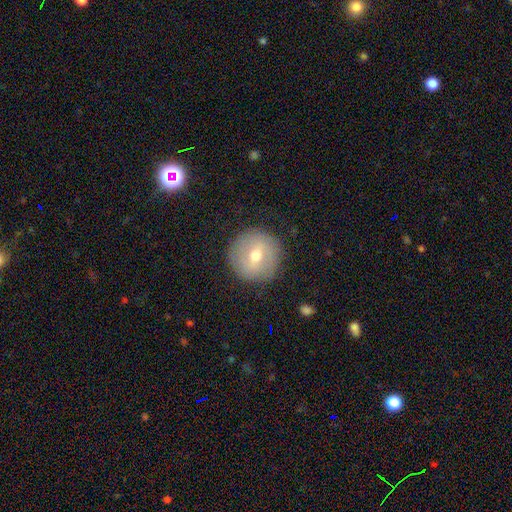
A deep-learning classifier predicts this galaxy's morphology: A smooth galaxy with no disk features (55%) that is round (95%).

Vote fractions:
- Smooth or featured? smooth: 55% / featured or disk: 36% / star or artifact: 9%
- How rounded? round: 95% / in between: 4% / cigar-shaped: 1%
- Merging? none: 87% / minor disturbance: 9% / major disturbance: 3% / merger: 1%